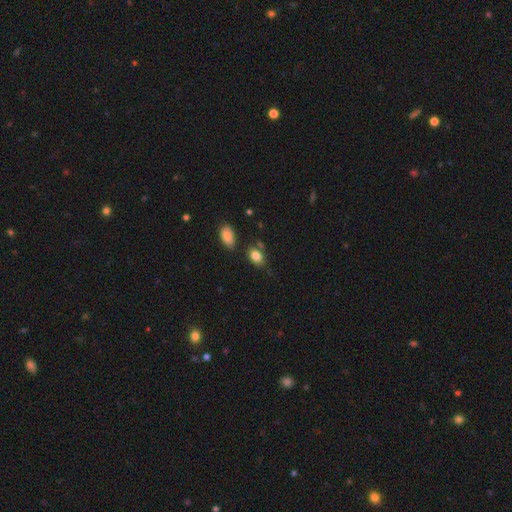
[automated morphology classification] Q: Smooth or featured?
A: smooth (83%); runner-up: star or artifact (9%)
Q: How rounded?
A: in between (82%); runner-up: round (16%)
Q: Merging?
A: none (70%); runner-up: minor disturbance (17%)